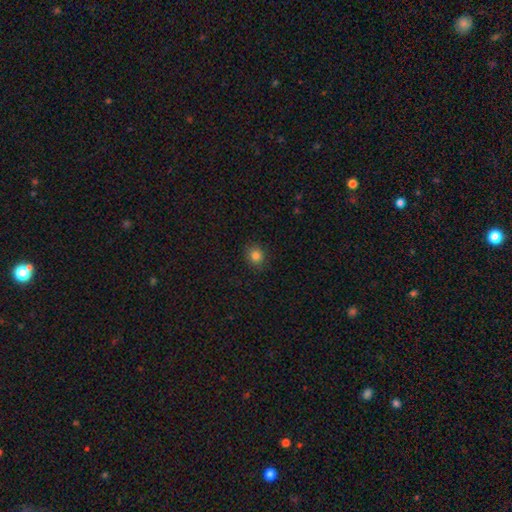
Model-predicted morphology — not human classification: The model was most divided on "how rounded": round: 79%, in between: 20%, cigar-shaped: 1%. More confident: merging — none (89%); smooth or featured — smooth (84%).